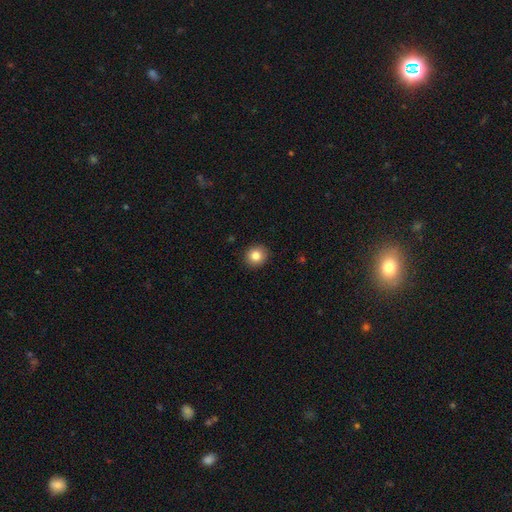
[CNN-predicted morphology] Smooth or featured? smooth (83%)
How rounded? round (88%)
Merging? none (91%)